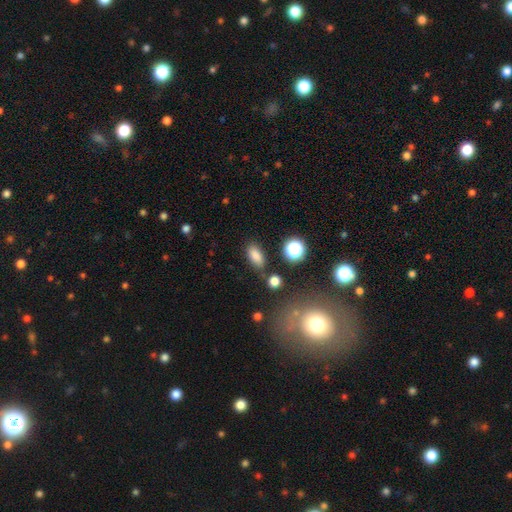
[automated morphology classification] smooth-or-featured: smooth: 82% | star or artifact: 12% | featured or disk: 6%
  how-rounded: in between: 86% | round: 8% | cigar-shaped: 6%
  merging: none: 78% | minor disturbance: 13% | merger: 5% | major disturbance: 4%